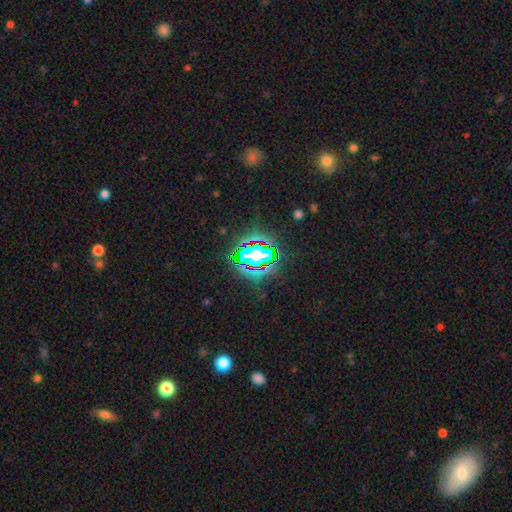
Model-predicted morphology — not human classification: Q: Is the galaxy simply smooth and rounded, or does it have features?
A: star or artifact — 78%.